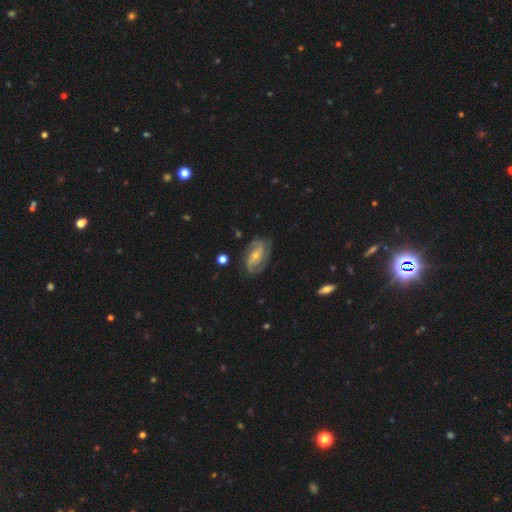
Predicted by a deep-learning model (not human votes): Smooth or featured?
  - featured or disk: 88% *
  - smooth: 8%
  - star or artifact: 5%
Edge-on disk?
  - no: 97% *
  - yes: 3%
Bar?
  - no: 55% *
  - weak: 33%
  - strong: 12%
Spiral arms?
  - yes: 97% *
  - no: 3%
Spiral winding?
  - tight: 51% *
  - medium: 40%
  - loose: 9%
Spiral arm count?
  - 2: 60% *
  - 3: 20%
  - can't tell: 10%
  - 4: 4%
  - 1: 3%
  - more than 4: 3%
Bulge size?
  - small: 62% *
  - moderate: 33%
  - none: 2%
  - large: 2%
  - dominant: 1%
Merging?
  - none: 76% *
  - minor disturbance: 17%
  - major disturbance: 6%
  - merger: 2%